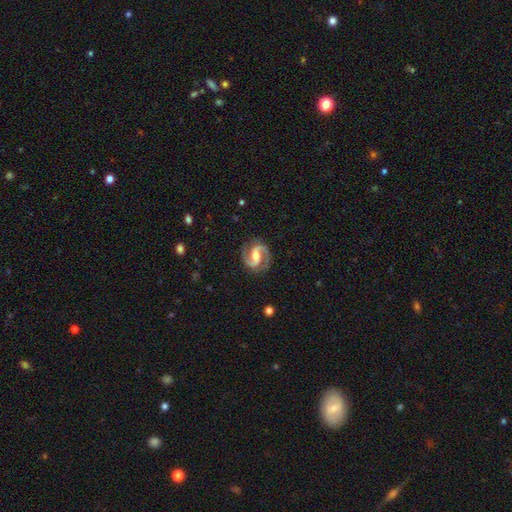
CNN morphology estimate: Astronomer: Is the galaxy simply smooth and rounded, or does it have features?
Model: featured or disk — 92%.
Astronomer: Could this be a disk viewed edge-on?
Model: no — 98%.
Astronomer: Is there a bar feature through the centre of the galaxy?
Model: weak — 43% (runner-up: strong, 33%).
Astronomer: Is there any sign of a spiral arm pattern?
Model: yes — 98%.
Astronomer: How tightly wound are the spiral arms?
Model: medium — 63%.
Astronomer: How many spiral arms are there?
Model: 2 — 94%.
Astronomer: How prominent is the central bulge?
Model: moderate — 56%.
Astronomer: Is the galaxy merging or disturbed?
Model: none — 85%.